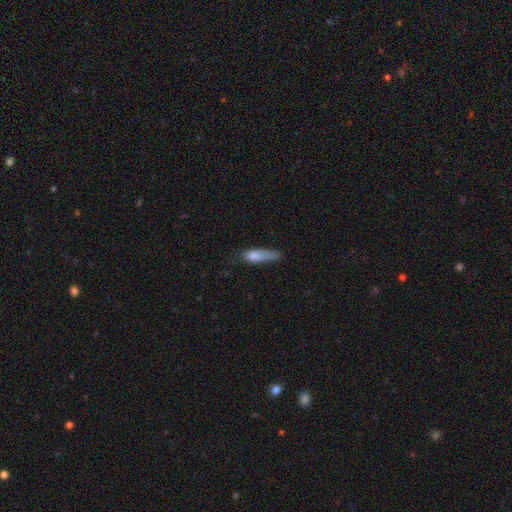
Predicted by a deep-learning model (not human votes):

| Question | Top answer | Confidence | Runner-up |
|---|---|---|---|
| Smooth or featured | smooth | 77% | featured or disk (15%) |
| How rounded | cigar-shaped | 59% | in between (38%) |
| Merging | none | 39% | minor disturbance (36%) |